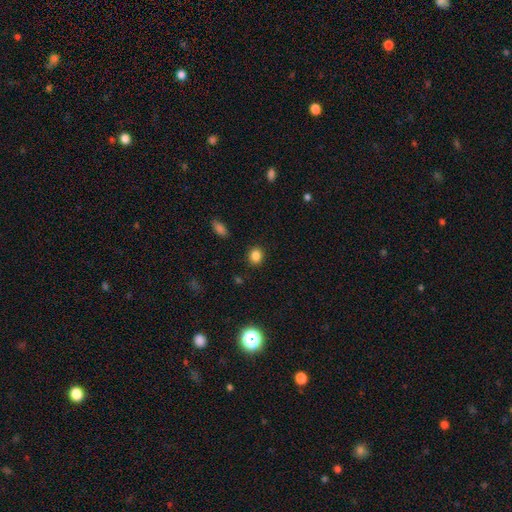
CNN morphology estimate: smooth 84%, star or artifact 11%, featured or disk 5%. Down the decision tree: how rounded — round (63%); merging — none (89%).